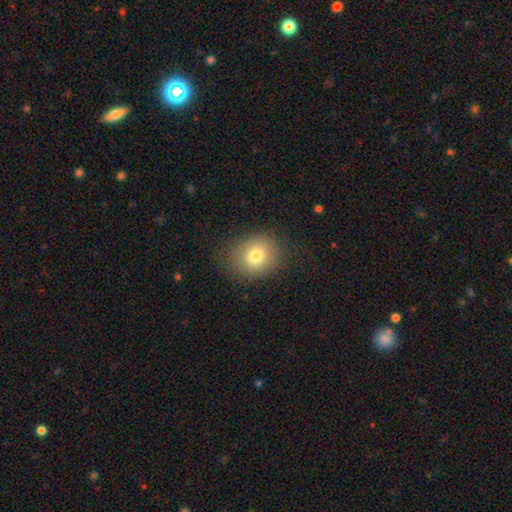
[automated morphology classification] Overall: smooth (79%). How rounded: round (62%; in between 37%). Merging: none (85%).